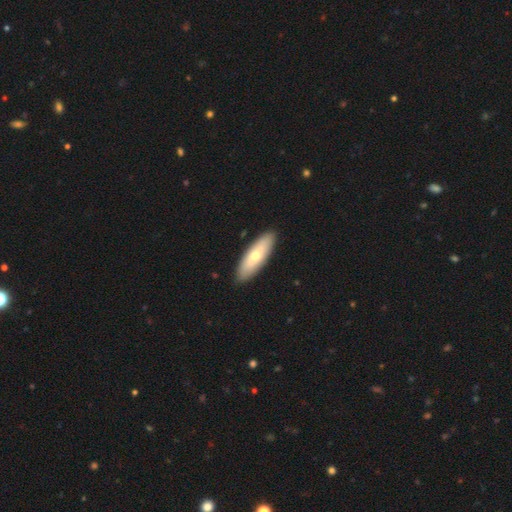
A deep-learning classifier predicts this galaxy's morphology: The model was most divided on "how rounded" (2-way tie): in between: 49%, cigar-shaped: 49%, round: 2%. More confident: merging — none (91%); smooth or featured — smooth (62%).